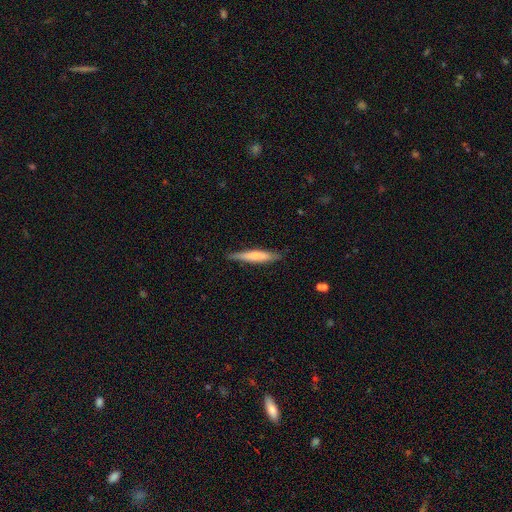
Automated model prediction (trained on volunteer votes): smooth_or_featured: smooth (p=0.61) [alt: featured or disk p=0.33]
how_rounded: cigar-shaped (p=0.91) [alt: in between p=0.08]
merging: none (p=0.85) [alt: minor disturbance p=0.12]